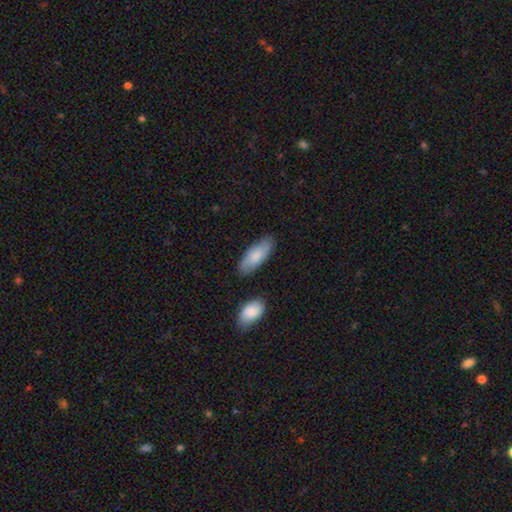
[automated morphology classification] Smooth or featured: smooth — 74% (featured or disk — 20%)
How rounded: in between — 78% (cigar-shaped — 20%)
Merging: none — 80% (minor disturbance — 14%)